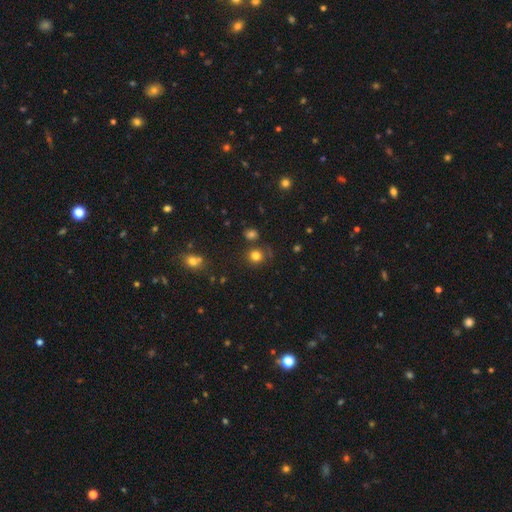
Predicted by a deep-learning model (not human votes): Smooth or featured: smooth — 79% (star or artifact — 15%)
How rounded: round — 88% (in between — 11%)
Merging: none — 78% (minor disturbance — 11%)